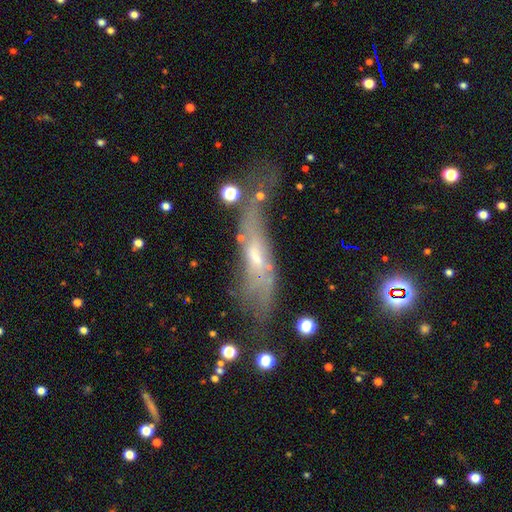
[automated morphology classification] smooth-or-featured: featured or disk: 59% | smooth: 26% | star or artifact: 14%
  disk-edge-on: yes: 53% | no: 47%
  merging: none: 54% | minor disturbance: 23% | major disturbance: 15% | merger: 8%